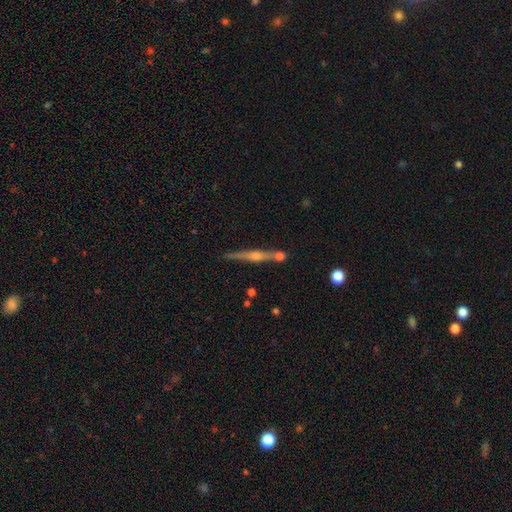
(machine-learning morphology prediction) A featured or disk galaxy (75%) viewed edge-on (98%) with a rounded central bulge (81%).

Vote fractions:
- Smooth or featured? featured or disk: 75% / smooth: 17% / star or artifact: 8%
- Edge-on disk? yes: 98% / no: 2%
- Edge-on bulge? rounded: 81% / boxy: 10% / none: 8%
- Merging? none: 80% / minor disturbance: 10% / merger: 8% / major disturbance: 2%